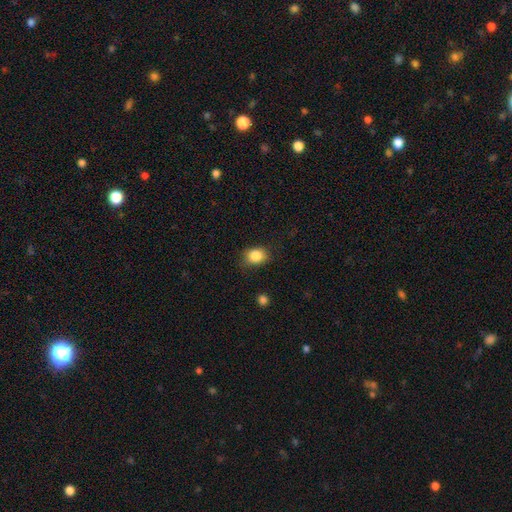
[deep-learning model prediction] This is clearly a smooth galaxy (85%). How rounded: possibly in between (52%). Merging: likely none (78%).